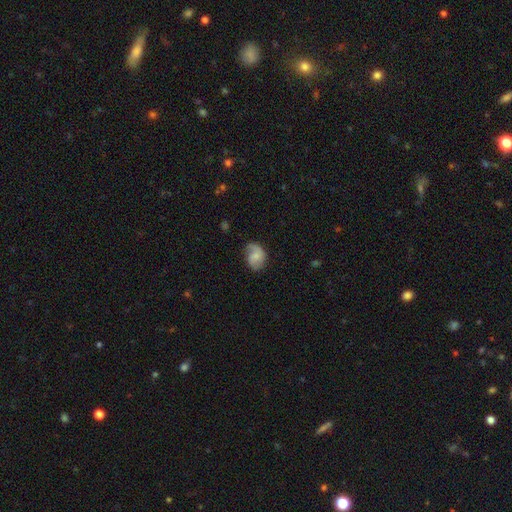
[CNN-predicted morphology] type=featured or disk (47%); merging=none (55%).